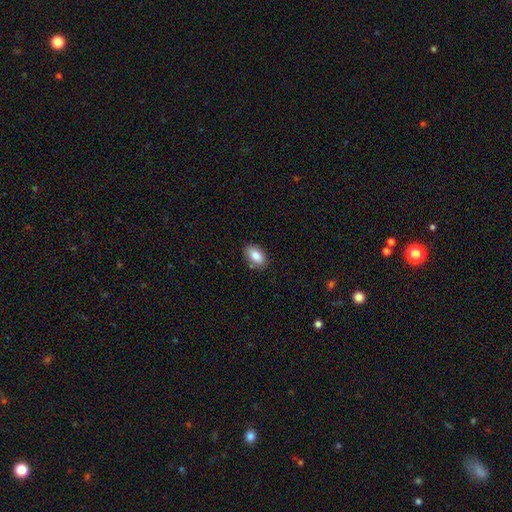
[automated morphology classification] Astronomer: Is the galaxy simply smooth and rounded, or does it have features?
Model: smooth — 85%.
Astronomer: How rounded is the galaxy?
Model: in between — 91%.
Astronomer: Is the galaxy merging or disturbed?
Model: none — 84%.